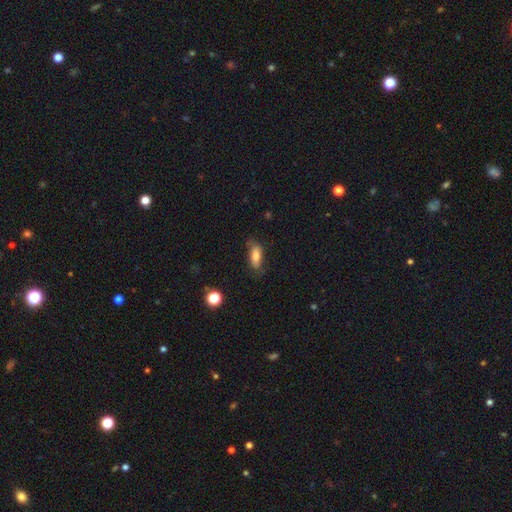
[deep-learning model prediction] The model was most divided on "merging": none: 65%, minor disturbance: 25%, major disturbance: 9%, merger: 2%. More confident: smooth or featured — smooth (77%); how rounded — in between (76%).